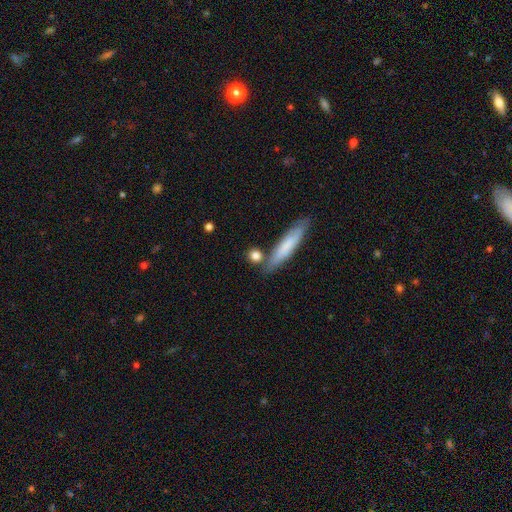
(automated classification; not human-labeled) This appears to be a smooth galaxy with no disk features (80%) that is round (59%). Merging: none (74%).